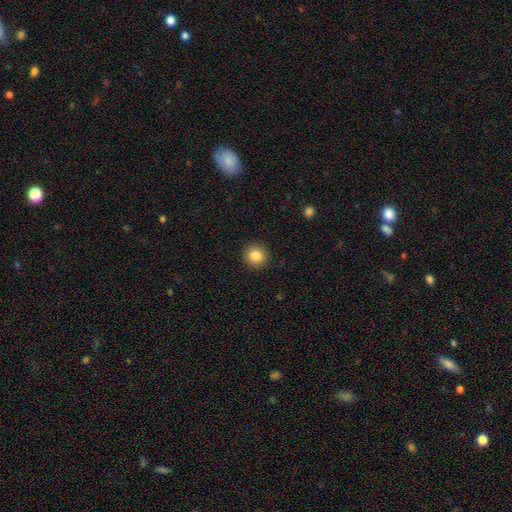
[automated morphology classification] Smooth or featured?
  - smooth: 84% *
  - star or artifact: 10%
  - featured or disk: 6%
How rounded?
  - round: 91% *
  - in between: 8%
  - cigar-shaped: 1%
Merging?
  - none: 92% *
  - minor disturbance: 5%
  - major disturbance: 2%
  - merger: 1%